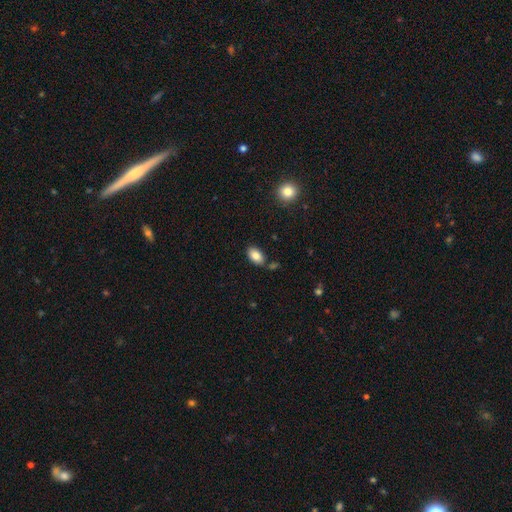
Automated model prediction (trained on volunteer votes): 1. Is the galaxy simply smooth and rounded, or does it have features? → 84% smooth, 8% featured or disk, 8% star or artifact.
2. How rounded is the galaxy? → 93% in between, 6% round, 2% cigar-shaped.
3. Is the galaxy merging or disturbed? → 78% none, 13% minor disturbance, 7% merger, 3% major disturbance.